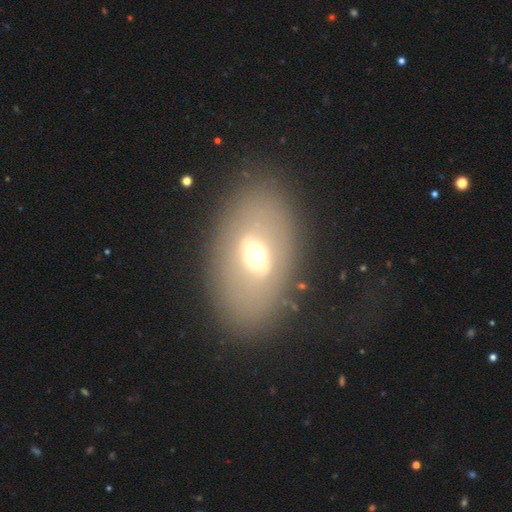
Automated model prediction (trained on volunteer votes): Q: Smooth or featured?
A: smooth (46%); runner-up: featured or disk (42%)
Q: Merging?
A: none (80%); runner-up: minor disturbance (11%)